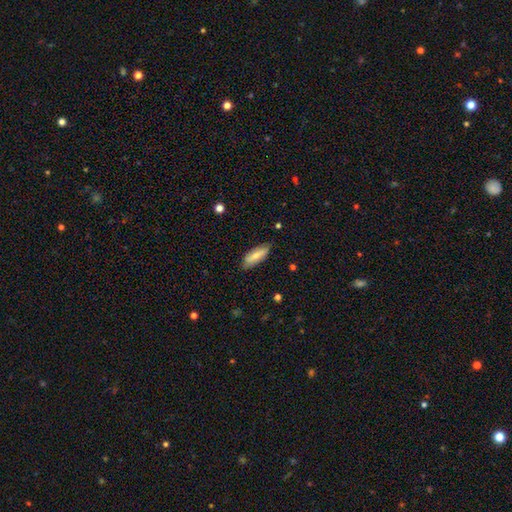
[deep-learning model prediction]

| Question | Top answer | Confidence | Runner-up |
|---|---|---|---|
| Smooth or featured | smooth | 71% | featured or disk (23%) |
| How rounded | in between | 67% | cigar-shaped (31%) |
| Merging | none | 78% | minor disturbance (17%) |